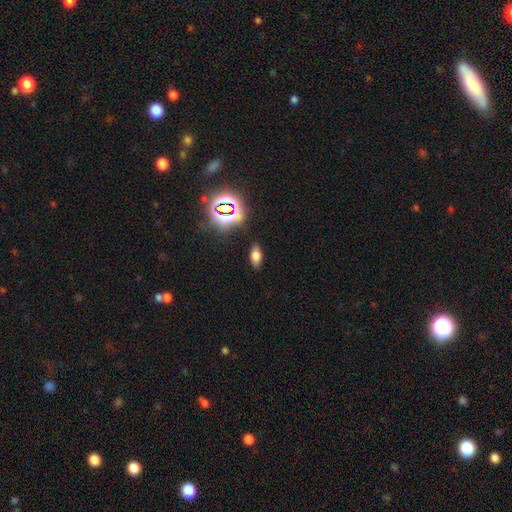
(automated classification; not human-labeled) The model was most divided on "smooth or featured": smooth: 67%, star or artifact: 22%, featured or disk: 11%. More confident: how rounded — in between (86%); merging — none (85%).